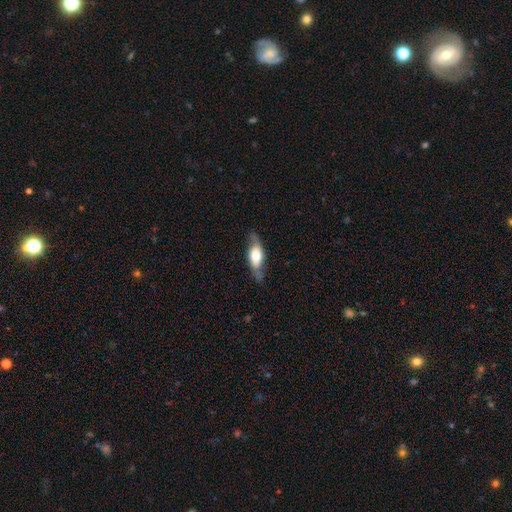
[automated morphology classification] The model was most divided on "smooth or featured": featured or disk: 56%, smooth: 38%, star or artifact: 6%. More confident: merging — none (71%); edge-on disk — yes (63%).